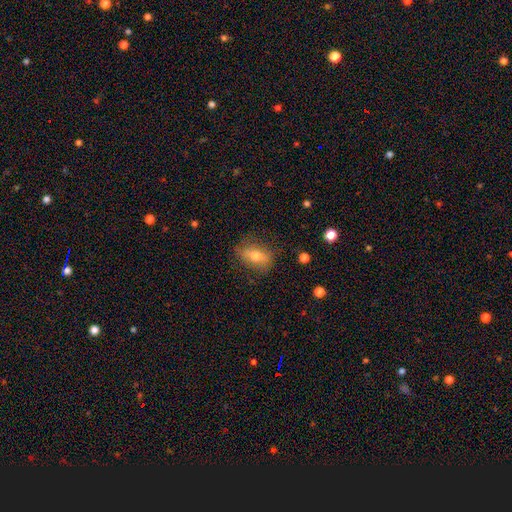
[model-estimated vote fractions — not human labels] Smooth or featured: smooth — 59% (featured or disk — 32%)
How rounded: in between — 74% (round — 17%)
Merging: none — 75% (minor disturbance — 17%)